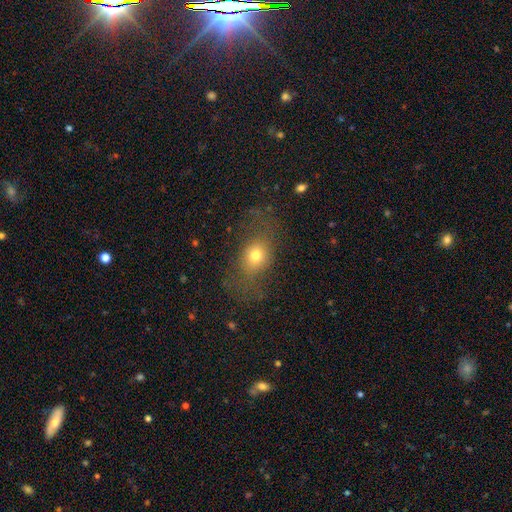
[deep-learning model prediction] smooth_or_featured: smooth (p=0.68) [alt: featured or disk p=0.18]
how_rounded: in between (p=0.60) [alt: round p=0.36]
merging: none (p=0.63) [alt: minor disturbance p=0.18]